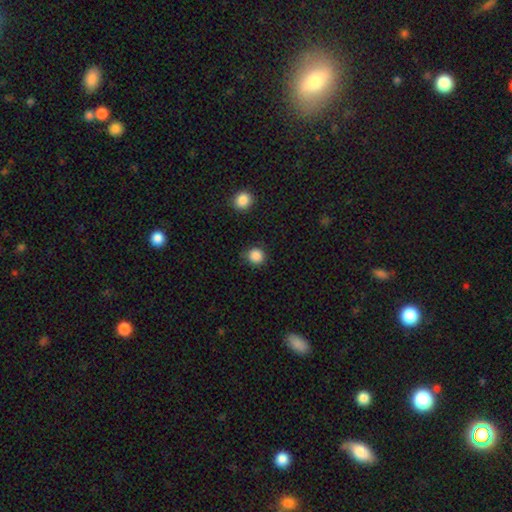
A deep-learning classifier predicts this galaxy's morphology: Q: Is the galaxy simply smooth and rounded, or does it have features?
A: smooth — 87%.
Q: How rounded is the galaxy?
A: round — 91%.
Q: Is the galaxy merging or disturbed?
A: none — 83%.